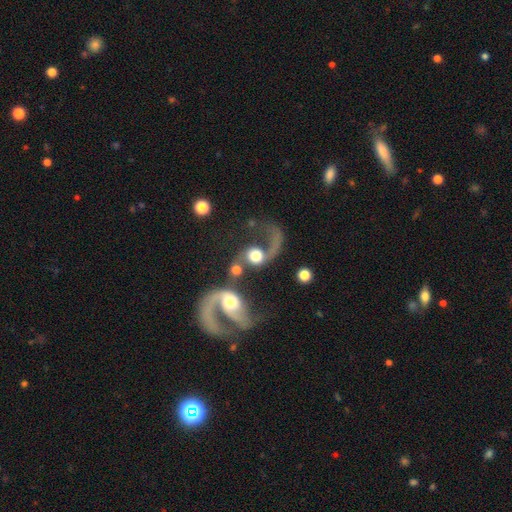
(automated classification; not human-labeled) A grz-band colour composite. It shows a featured or disk galaxy (62%) with no bar (68%), 2 (55%) loose (77%) spiral arms (87%) and a moderate central bulge (42%). Merging: merger (56%).